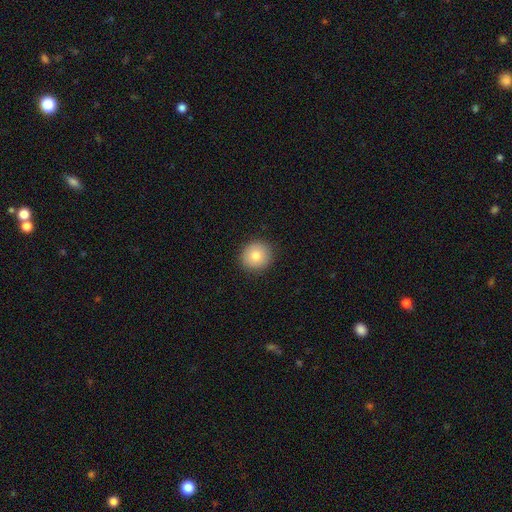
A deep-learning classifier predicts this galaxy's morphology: Smooth or featured: smooth — 80% (featured or disk — 11%)
How rounded: round — 92% (in between — 7%)
Merging: none — 91% (minor disturbance — 6%)